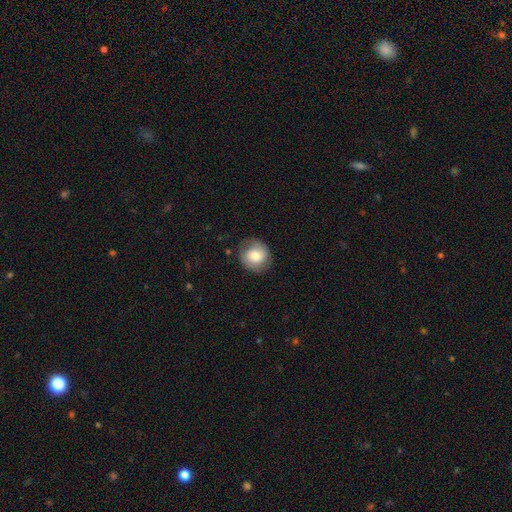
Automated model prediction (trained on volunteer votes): Smooth or featured? Predicted: smooth (p=0.71). How rounded? Predicted: round (p=0.84). Merging? Predicted: none (p=0.77).